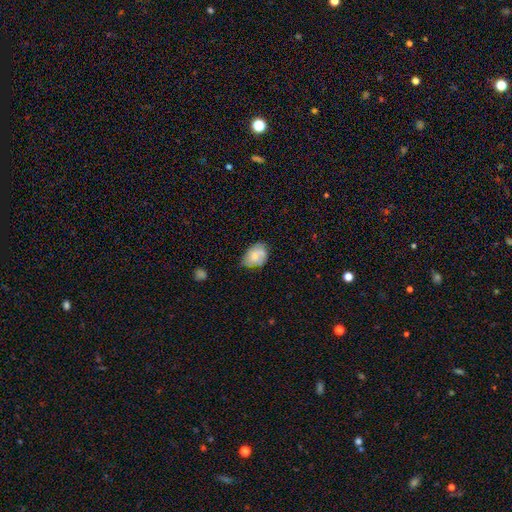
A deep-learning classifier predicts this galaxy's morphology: Q: Smooth or featured?
A: smooth (57%); runner-up: featured or disk (35%)
Q: How rounded?
A: in between (72%); runner-up: round (27%)
Q: Merging?
A: none (53%); runner-up: minor disturbance (35%)